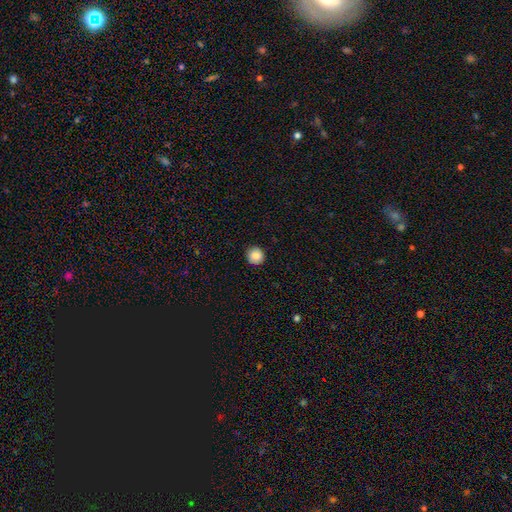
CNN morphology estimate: A smooth galaxy with no disk features (87%) that is round (95%). Merging: none (92%).